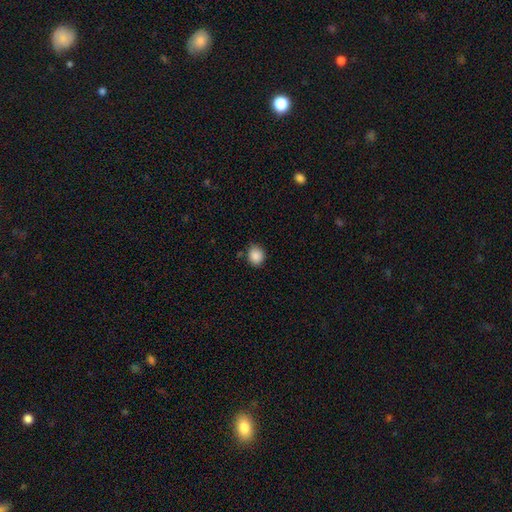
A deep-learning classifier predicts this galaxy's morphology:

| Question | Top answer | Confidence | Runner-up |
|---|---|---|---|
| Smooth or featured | smooth | 88% | star or artifact (9%) |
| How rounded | round | 71% | in between (28%) |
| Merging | none | 80% | minor disturbance (14%) |